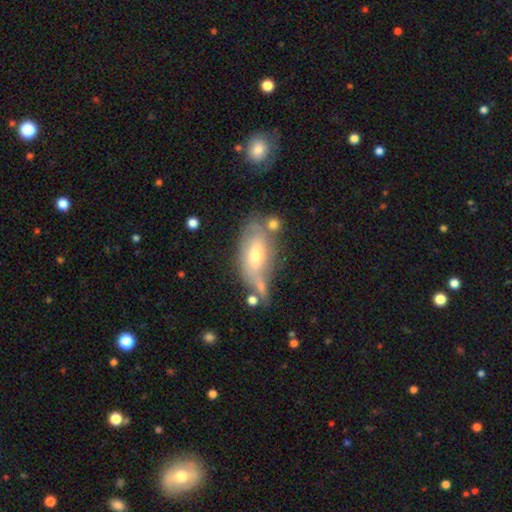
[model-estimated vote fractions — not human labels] Morphology: type=featured or disk (47%); merging=none (45%).